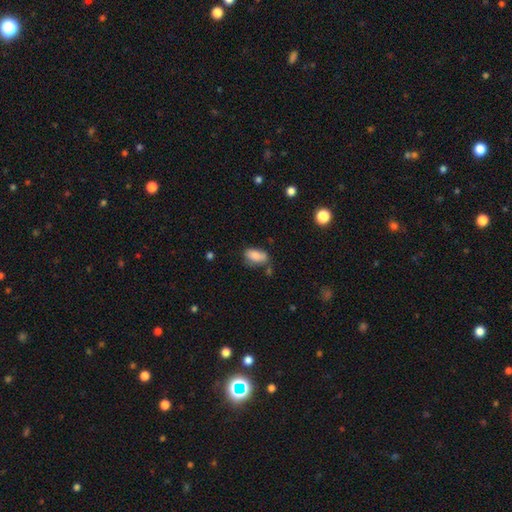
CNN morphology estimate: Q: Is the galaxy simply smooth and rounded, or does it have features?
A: smooth — 83%.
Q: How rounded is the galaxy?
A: in between — 90%.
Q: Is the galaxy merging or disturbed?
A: none — 51%.